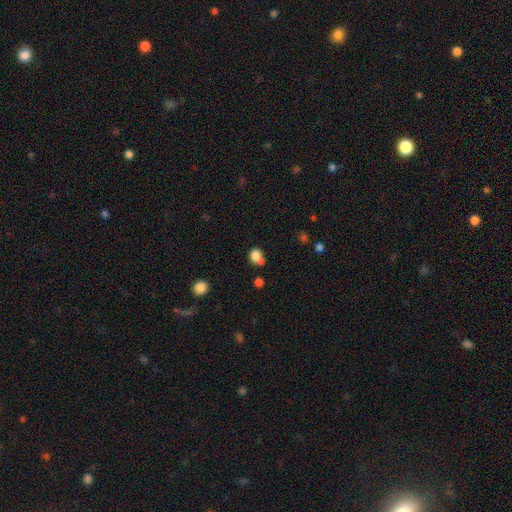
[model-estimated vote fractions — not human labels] Morphology: type=smooth (80%); roundness=round (62%); merging=none (41%).